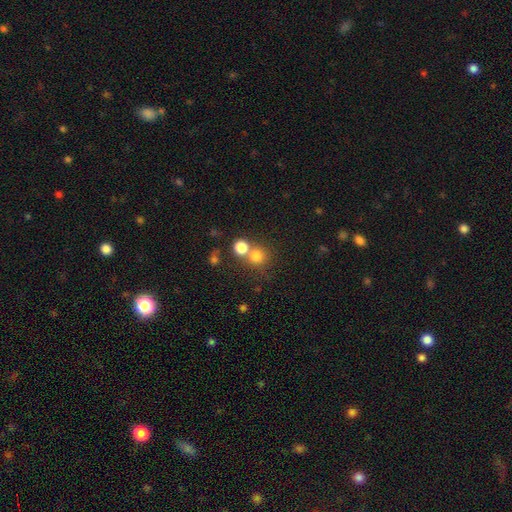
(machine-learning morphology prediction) smooth-or-featured: smooth: 78% | star or artifact: 14% | featured or disk: 9%
  how-rounded: round: 89% | in between: 10% | cigar-shaped: 1%
  merging: none: 52% | merger: 38% | minor disturbance: 6% | major disturbance: 3%